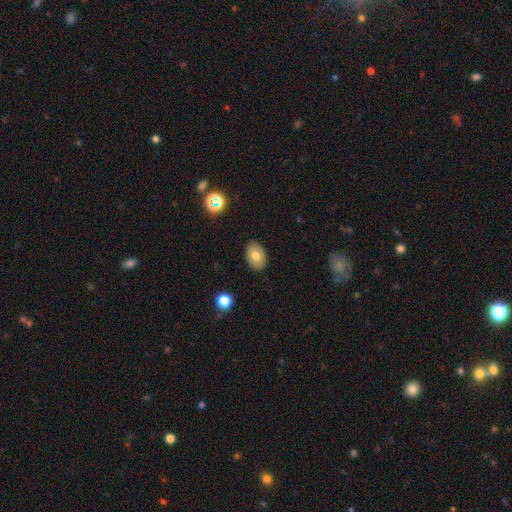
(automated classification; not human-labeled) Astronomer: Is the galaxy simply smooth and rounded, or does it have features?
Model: smooth — 71%.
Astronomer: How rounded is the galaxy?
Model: in between — 84%.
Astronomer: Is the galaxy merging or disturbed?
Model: none — 88%.